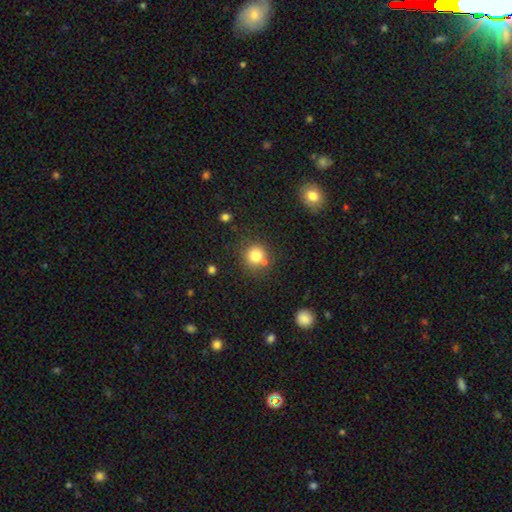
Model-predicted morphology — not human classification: Smooth or featured?
  - smooth: 81% *
  - star or artifact: 12%
  - featured or disk: 7%
How rounded?
  - round: 90% *
  - in between: 9%
  - cigar-shaped: 1%
Merging?
  - none: 74% *
  - minor disturbance: 12%
  - merger: 10%
  - major disturbance: 4%